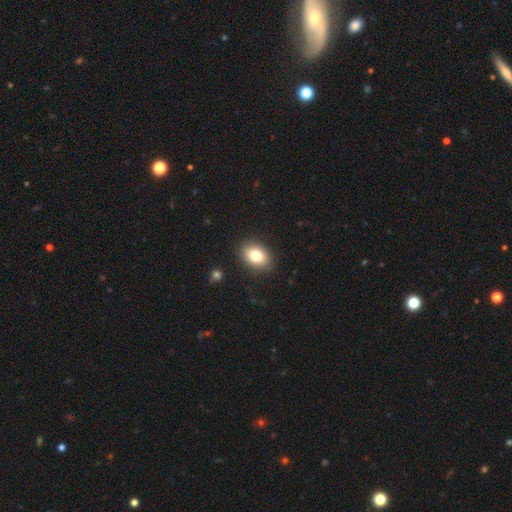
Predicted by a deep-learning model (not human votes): The model was most divided on "how rounded": in between: 75%, round: 24%, cigar-shaped: 1%. More confident: merging — none (88%); smooth or featured — smooth (81%).